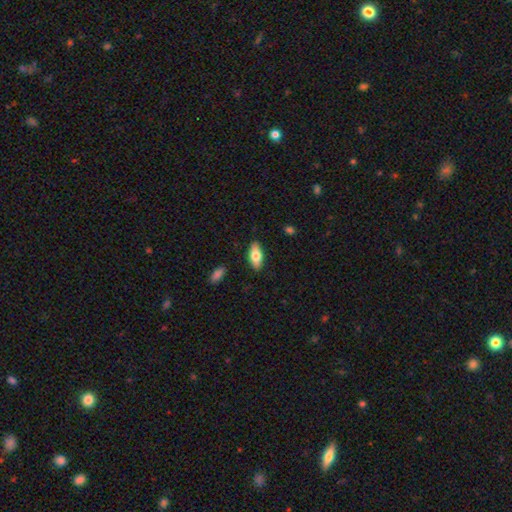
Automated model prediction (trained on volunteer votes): A smooth galaxy with no disk features (72%) that is in between round and cigar-shaped (83%).

Vote fractions:
- Smooth or featured? smooth: 72% / featured or disk: 22% / star or artifact: 6%
- How rounded? in between: 83% / cigar-shaped: 15% / round: 2%
- Merging? none: 88% / minor disturbance: 9% / major disturbance: 2% / merger: 1%